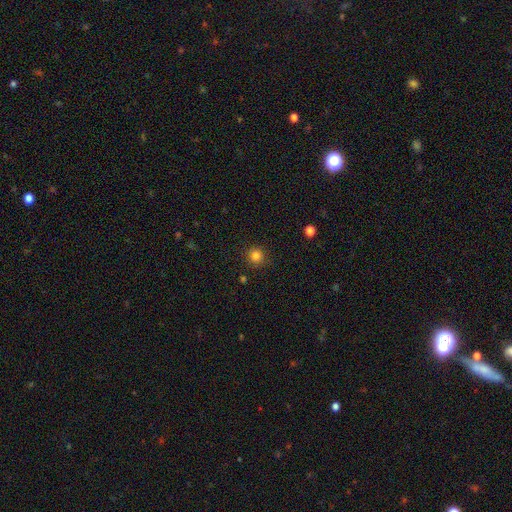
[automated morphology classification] smooth_or_featured: smooth (p=0.83) [alt: star or artifact p=0.13]
how_rounded: round (p=0.94) [alt: in between p=0.05]
merging: none (p=0.90) [alt: minor disturbance p=0.07]